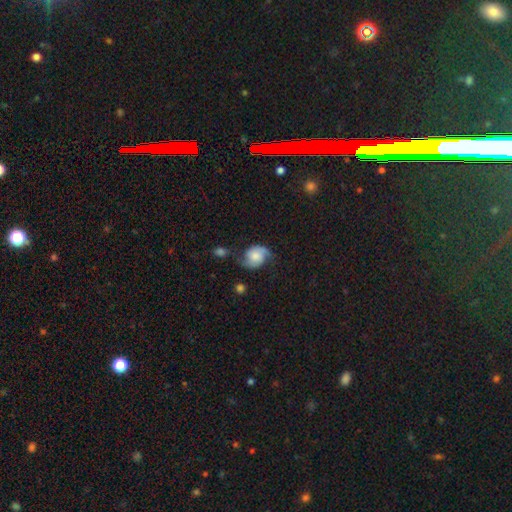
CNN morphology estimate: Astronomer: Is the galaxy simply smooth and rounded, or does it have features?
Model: featured or disk — 56% (runner-up: smooth, 36%).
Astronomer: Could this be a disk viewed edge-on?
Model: no — 97%.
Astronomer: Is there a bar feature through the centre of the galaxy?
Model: no — 68%.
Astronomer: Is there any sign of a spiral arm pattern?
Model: yes — 90%.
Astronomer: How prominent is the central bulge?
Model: moderate — 35% (runner-up: small, 25%).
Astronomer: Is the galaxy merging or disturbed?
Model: none — 55%.